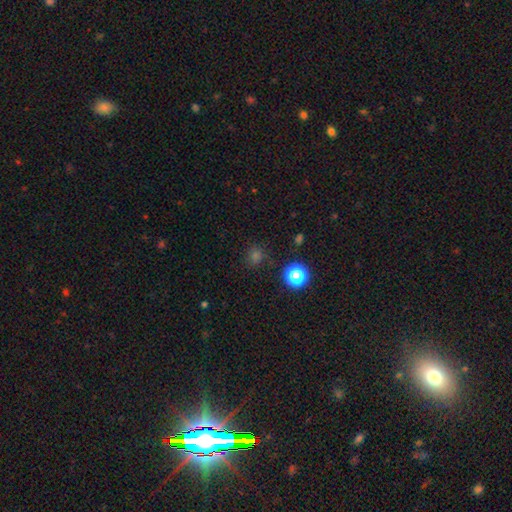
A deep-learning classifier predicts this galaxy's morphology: This is likely a smooth galaxy (62%). How rounded: clearly round (87%). Merging: clearly none (84%).